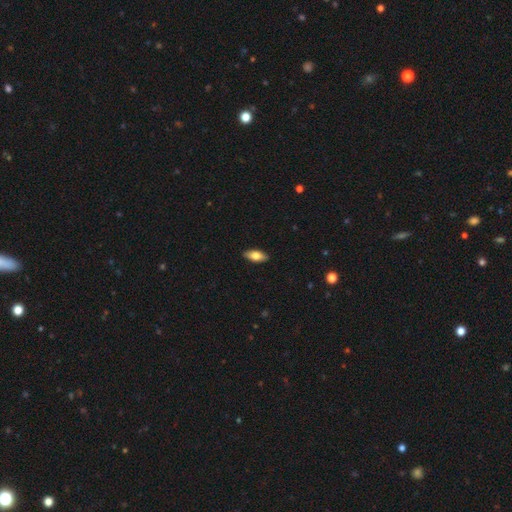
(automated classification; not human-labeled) smooth_or_featured: smooth (p=0.75) [alt: featured or disk p=0.19]
how_rounded: in between (p=0.86) [alt: cigar-shaped p=0.12]
merging: none (p=0.90) [alt: minor disturbance p=0.08]